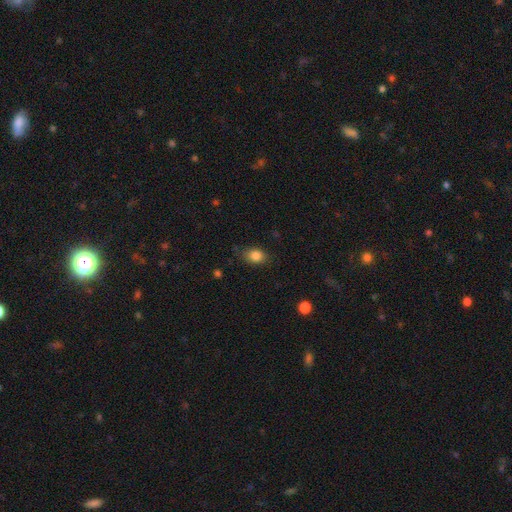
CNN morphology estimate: A smooth galaxy with no disk features (84%) that is in between round and cigar-shaped (71%).

Vote fractions:
- Smooth or featured? smooth: 84% / star or artifact: 10% / featured or disk: 7%
- How rounded? in between: 71% / round: 28% / cigar-shaped: 2%
- Merging? none: 79% / minor disturbance: 16% / major disturbance: 4% / merger: 1%